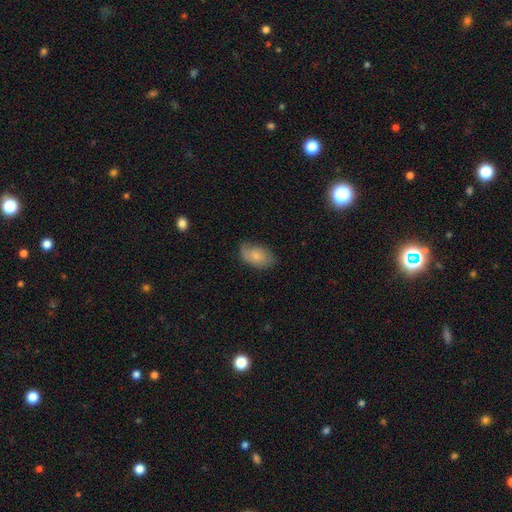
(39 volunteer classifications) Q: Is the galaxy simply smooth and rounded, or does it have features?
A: smooth — 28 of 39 (72%).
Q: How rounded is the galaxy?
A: in between — 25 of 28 (89%).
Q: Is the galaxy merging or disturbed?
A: none — 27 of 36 (75%).